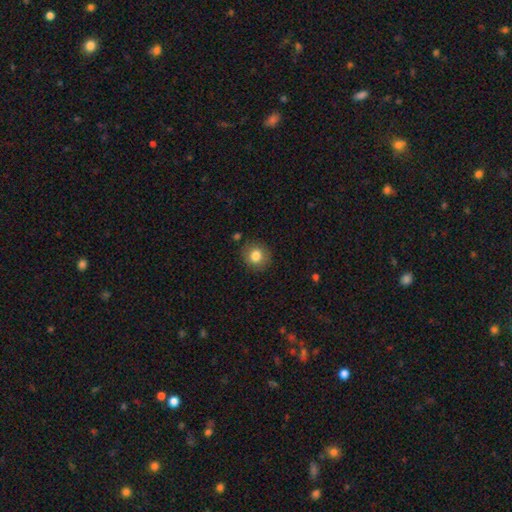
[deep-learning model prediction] smooth-or-featured: smooth: 82% | star or artifact: 10% | featured or disk: 8%
  how-rounded: round: 86% | in between: 13% | cigar-shaped: 1%
  merging: none: 87% | minor disturbance: 9% | major disturbance: 2% | merger: 2%